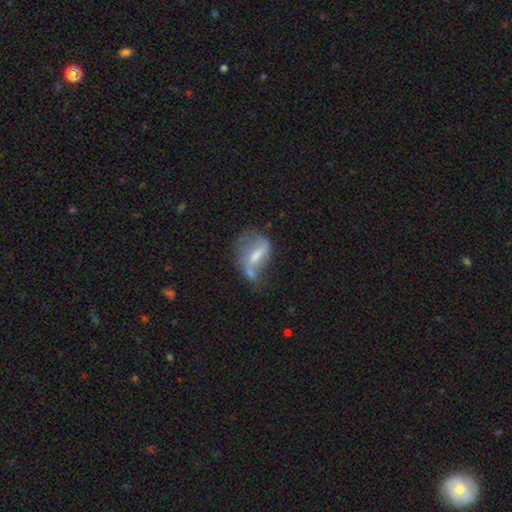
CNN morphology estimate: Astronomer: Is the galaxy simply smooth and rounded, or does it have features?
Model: featured or disk — 52% (runner-up: smooth, 39%).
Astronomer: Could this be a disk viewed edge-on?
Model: no — 92%.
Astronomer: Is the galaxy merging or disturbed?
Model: none — 29% (runner-up: minor disturbance, 28%).